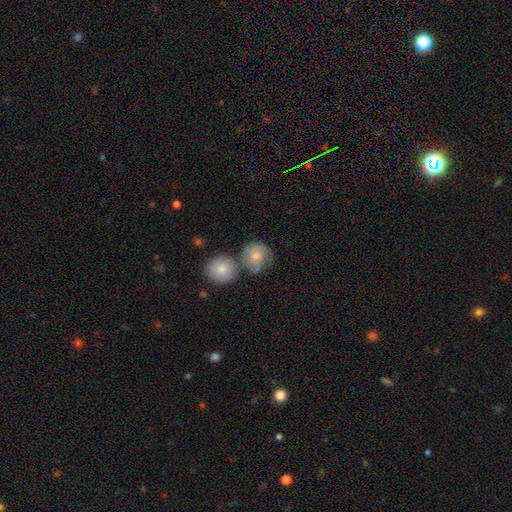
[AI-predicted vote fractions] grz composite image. It shows a smooth galaxy with no disk features (64%) that is round (82%). Merging: none (48%).